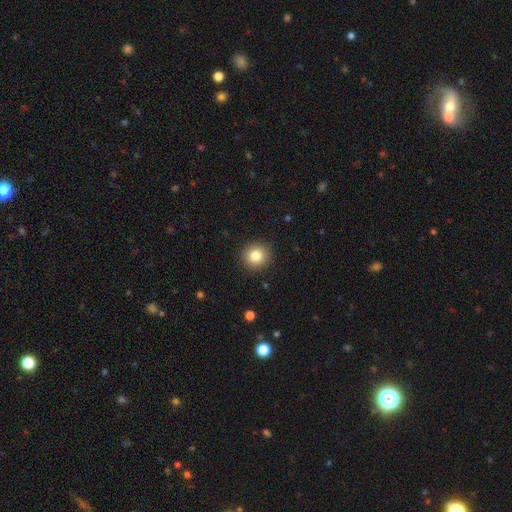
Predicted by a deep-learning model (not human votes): Q: Smooth or featured?
A: smooth (83%); runner-up: star or artifact (10%)
Q: How rounded?
A: round (90%); runner-up: in between (9%)
Q: Merging?
A: none (91%); runner-up: minor disturbance (6%)